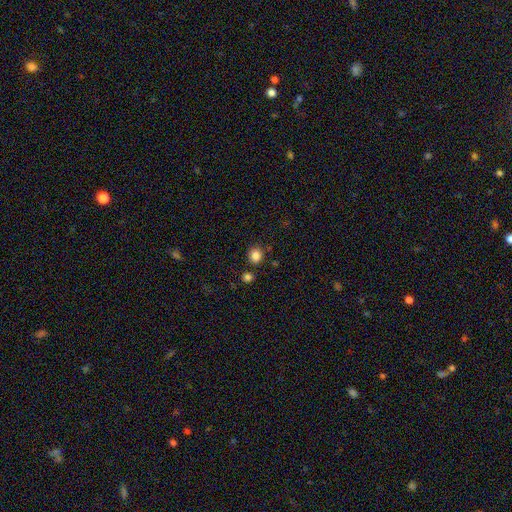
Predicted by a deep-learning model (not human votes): Overall: smooth (85%). How rounded: round (84%). Merging: none (84%).